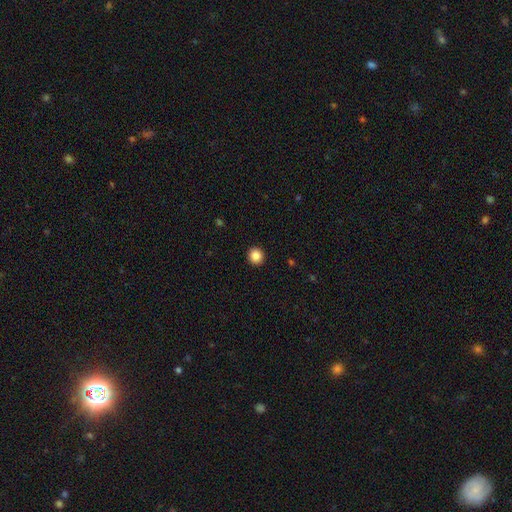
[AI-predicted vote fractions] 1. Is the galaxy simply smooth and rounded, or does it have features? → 87% smooth, 10% star or artifact, 3% featured or disk.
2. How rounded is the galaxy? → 92% round, 7% in between, 1% cigar-shaped.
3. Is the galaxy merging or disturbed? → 93% none, 4% minor disturbance, 2% major disturbance, 1% merger.